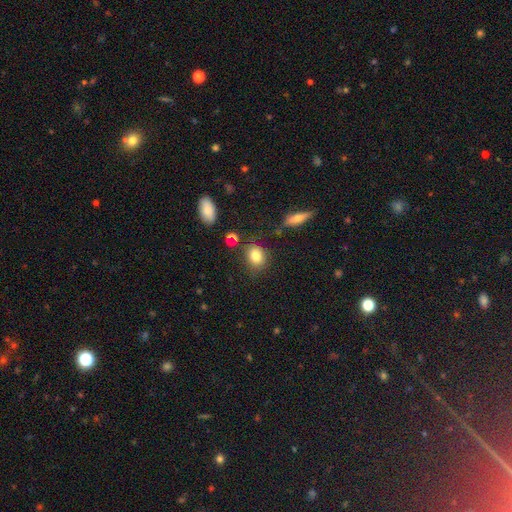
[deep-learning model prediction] Smooth or featured: smooth — 82% (star or artifact — 10%)
How rounded: in between — 54% (round — 44%)
Merging: none — 77% (minor disturbance — 14%)